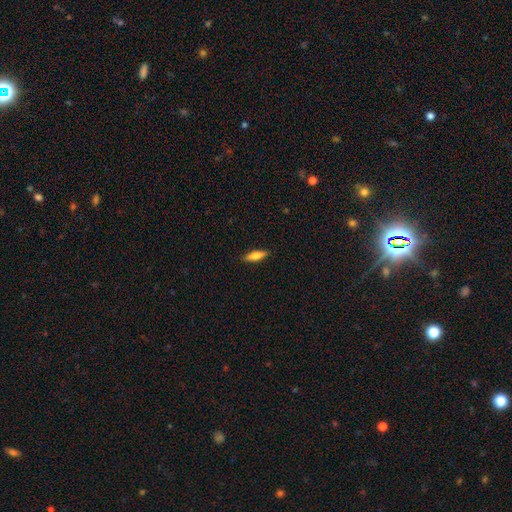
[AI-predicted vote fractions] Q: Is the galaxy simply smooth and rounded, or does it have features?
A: smooth — 72%.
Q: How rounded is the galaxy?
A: cigar-shaped — 60%.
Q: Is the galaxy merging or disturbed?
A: none — 89%.